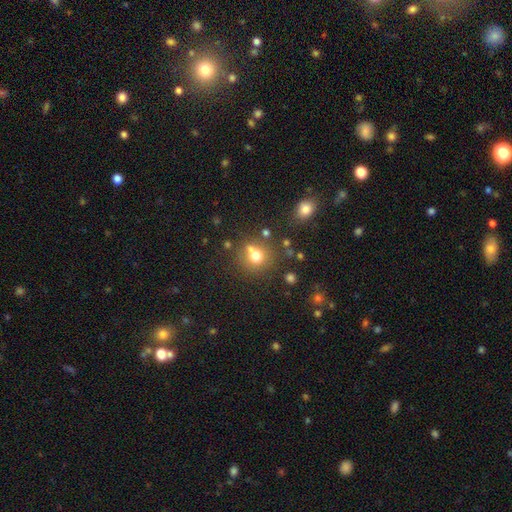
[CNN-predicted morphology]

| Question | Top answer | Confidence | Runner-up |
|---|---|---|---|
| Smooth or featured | smooth | 70% | star or artifact (16%) |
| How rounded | round | 81% | in between (18%) |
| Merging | none | 57% | merger (23%) |